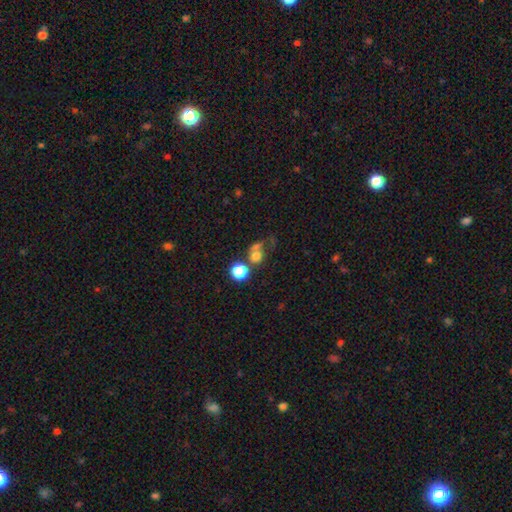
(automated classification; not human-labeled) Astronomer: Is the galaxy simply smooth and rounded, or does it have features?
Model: smooth — 68%.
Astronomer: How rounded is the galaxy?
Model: round — 82%.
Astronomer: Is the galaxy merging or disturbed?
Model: merger — 39%, tied with none at 39%.